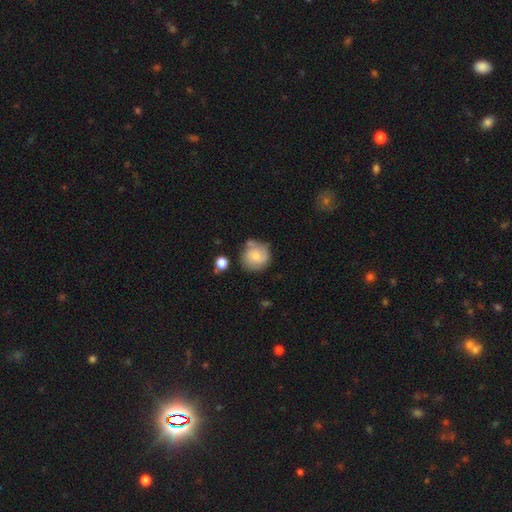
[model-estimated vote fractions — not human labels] Q: Smooth or featured?
A: smooth (48%); runner-up: featured or disk (44%)
Q: Merging?
A: none (63%); runner-up: minor disturbance (21%)